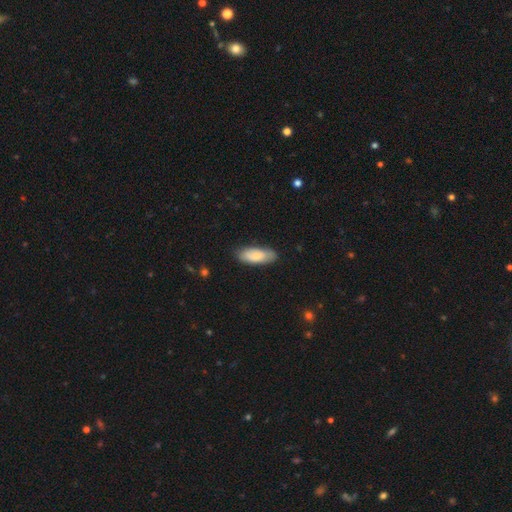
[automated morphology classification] This is likely a smooth galaxy (76%). How rounded: likely in between (77%). Merging: likely none (78%).